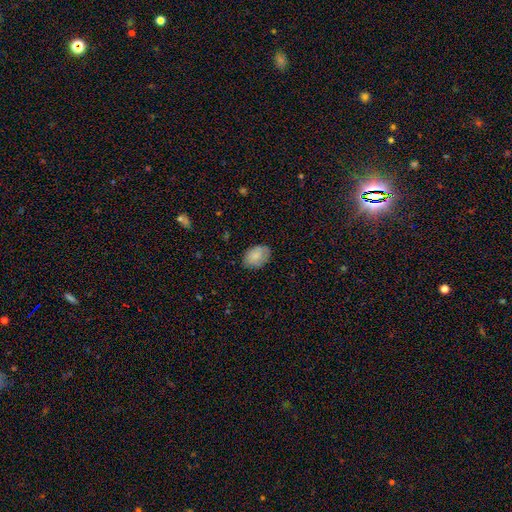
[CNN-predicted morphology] Q: Smooth or featured?
A: smooth (82%); runner-up: featured or disk (11%)
Q: How rounded?
A: in between (83%); runner-up: round (16%)
Q: Merging?
A: none (78%); runner-up: minor disturbance (18%)